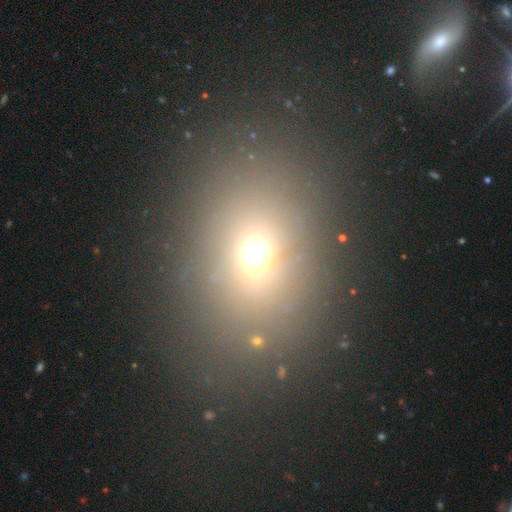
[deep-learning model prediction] smooth 64%, star or artifact 23%, featured or disk 13%. Down the decision tree: how rounded — in between (54%); merging — none (82%).